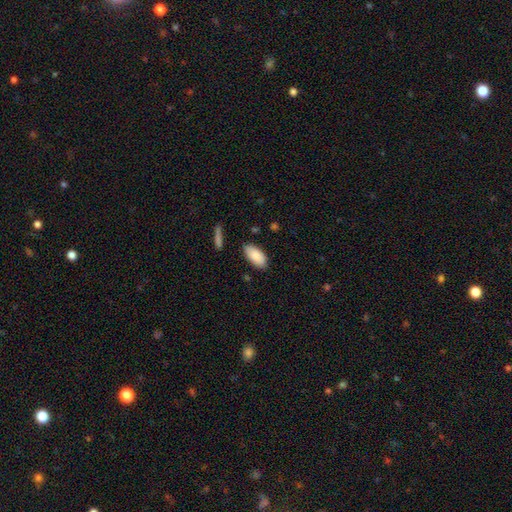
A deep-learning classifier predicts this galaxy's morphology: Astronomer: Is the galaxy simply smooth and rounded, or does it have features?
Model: smooth — 87%.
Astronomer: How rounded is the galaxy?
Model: in between — 93%.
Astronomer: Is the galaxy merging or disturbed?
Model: none — 83%.